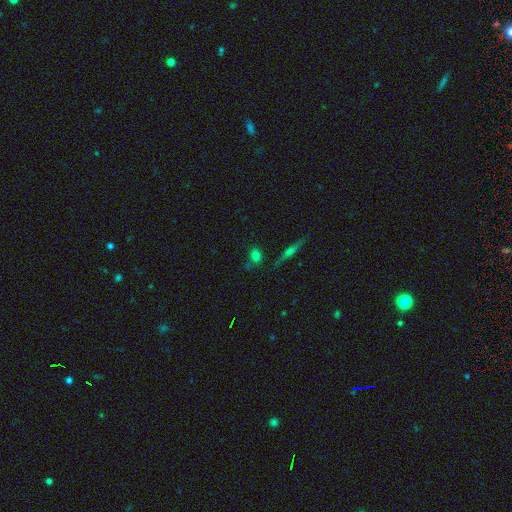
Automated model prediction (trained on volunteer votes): A smooth galaxy with no disk features (70%) that is round (52%). Merging: none (72%).